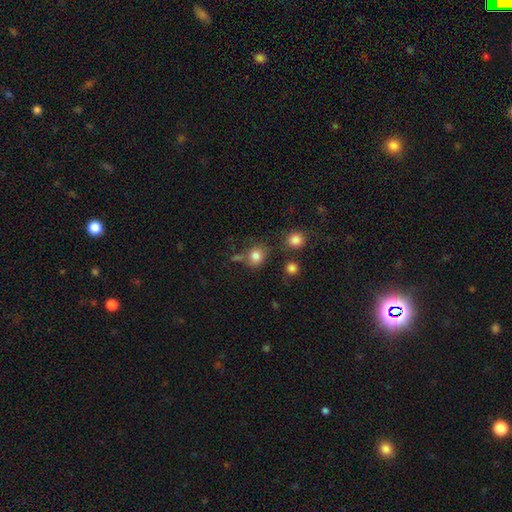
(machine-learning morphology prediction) type=smooth (80%); roundness=round (78%); merging=none (67%).